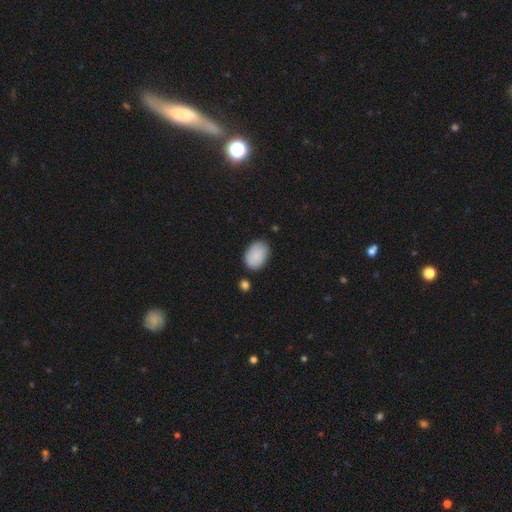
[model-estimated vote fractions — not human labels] smooth 89%, star or artifact 6%, featured or disk 5%. Down the decision tree: how rounded — in between (80%); merging — none (76%).